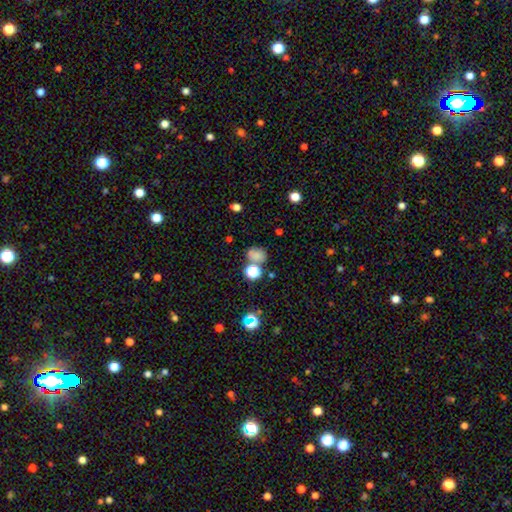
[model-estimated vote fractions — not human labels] This is likely a smooth galaxy (70%). How rounded: possibly round (51%). Merging: possibly none (57%).